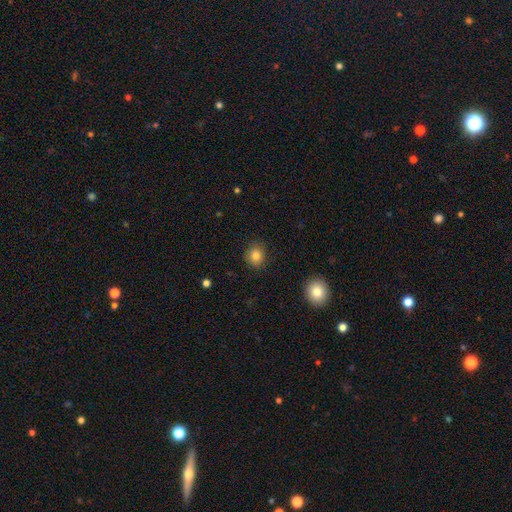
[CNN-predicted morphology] Smooth or featured?
  - smooth: 83% *
  - star or artifact: 11%
  - featured or disk: 6%
How rounded?
  - round: 78% *
  - in between: 21%
  - cigar-shaped: 1%
Merging?
  - none: 86% *
  - minor disturbance: 10%
  - major disturbance: 3%
  - merger: 1%